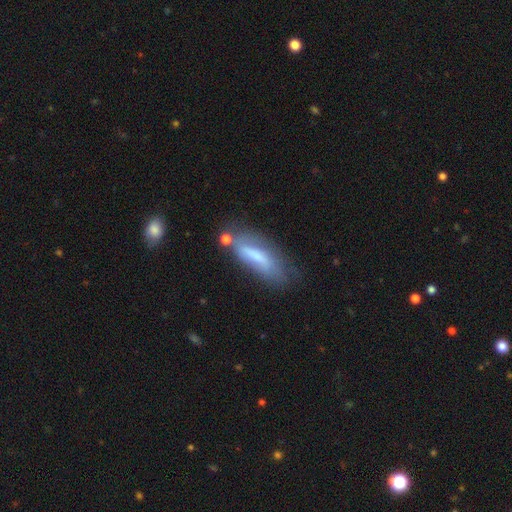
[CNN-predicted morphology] This is possibly a smooth galaxy (57%). How rounded: possibly cigar-shaped (50%). Merging: possibly none (48%).